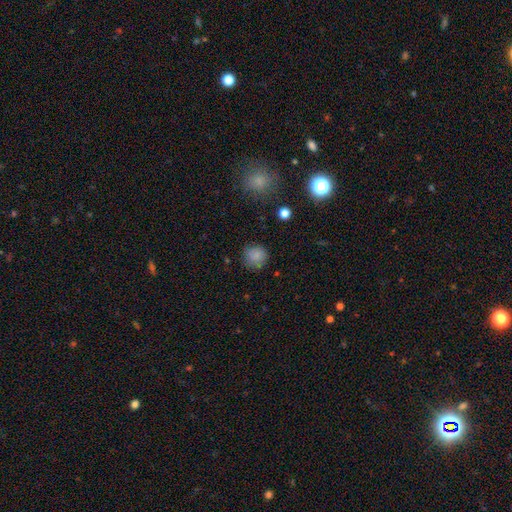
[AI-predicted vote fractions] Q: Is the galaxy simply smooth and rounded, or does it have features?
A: smooth — 81%.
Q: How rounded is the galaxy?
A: round — 87%.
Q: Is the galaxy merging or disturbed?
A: none — 77%.